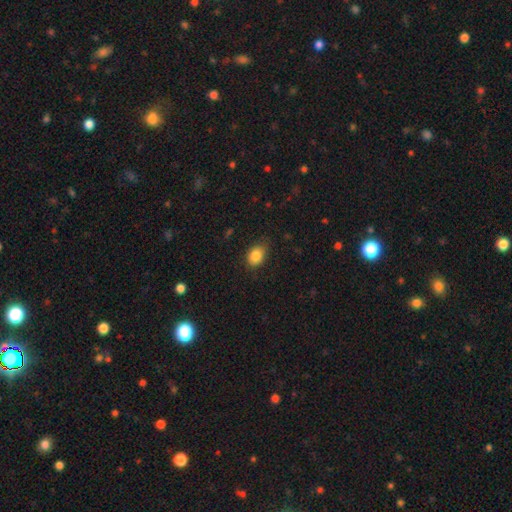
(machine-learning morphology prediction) type=smooth (86%); roundness=in between (71%); merging=none (77%).